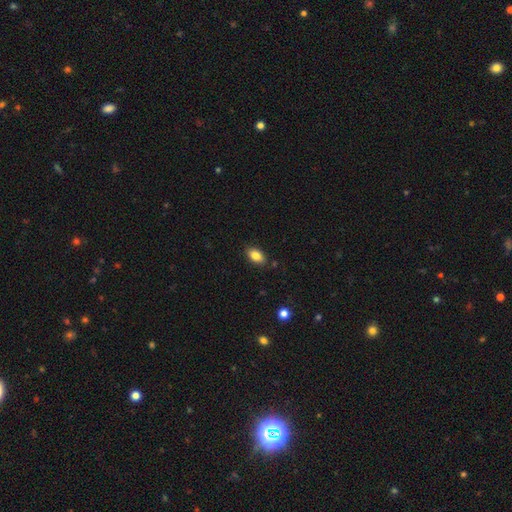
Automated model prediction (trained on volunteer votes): This is clearly a smooth galaxy (84%). How rounded: clearly in between (91%). Merging: clearly none (86%).